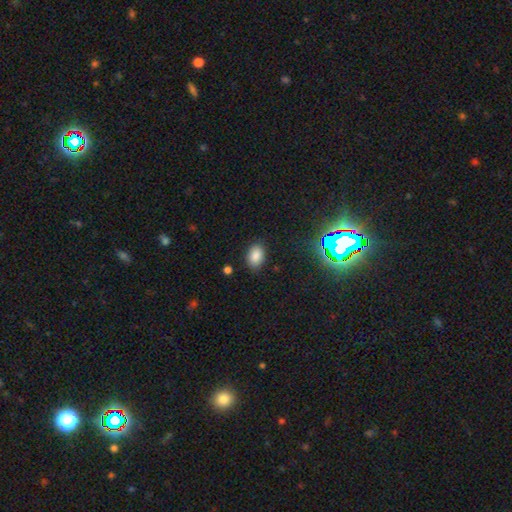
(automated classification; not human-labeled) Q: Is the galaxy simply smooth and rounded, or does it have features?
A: smooth — 82%.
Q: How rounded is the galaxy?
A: in between — 82%.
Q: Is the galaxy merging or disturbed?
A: none — 85%.